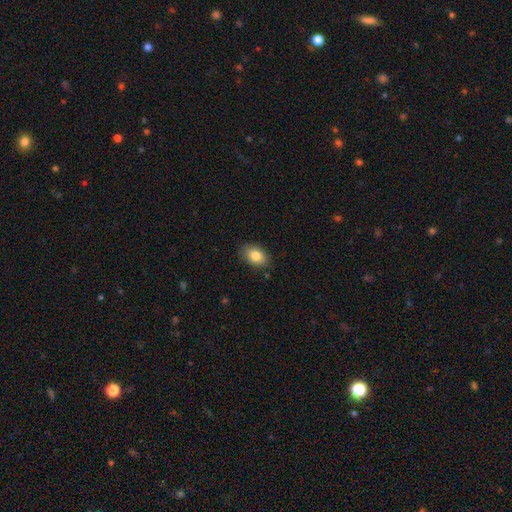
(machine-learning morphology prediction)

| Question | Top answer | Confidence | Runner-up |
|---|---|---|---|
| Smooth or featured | smooth | 84% | featured or disk (8%) |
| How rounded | in between | 86% | round (12%) |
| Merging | none | 85% | minor disturbance (11%) |